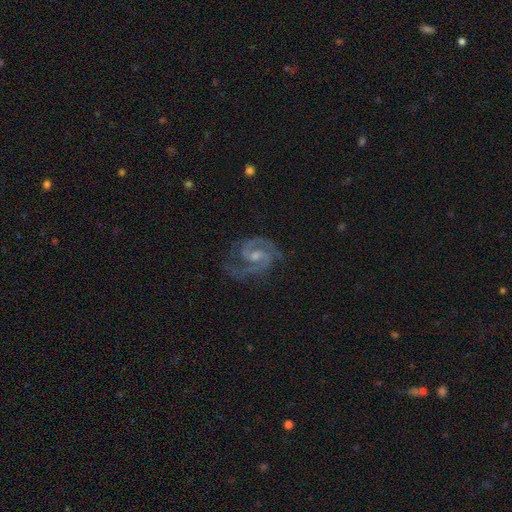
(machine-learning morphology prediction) type=featured or disk (91%); edge-on=no (98%); bar=weak (55%); spiral arms=yes (98%); winding=medium (60%); arm count=2 (90%); bulge=small (49%); merging=none (75%).